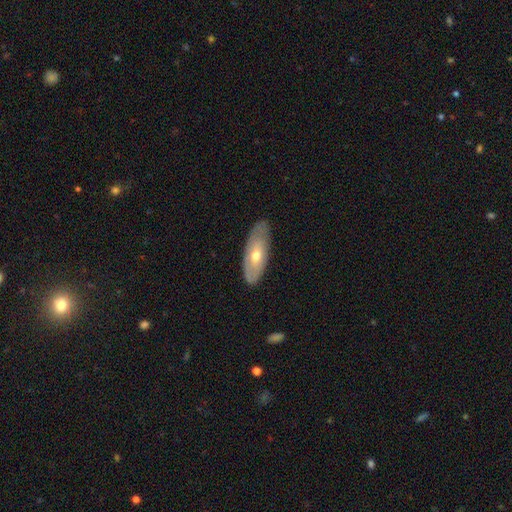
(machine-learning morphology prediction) Smooth or featured? featured or disk (48%)
Merging? none (78%)